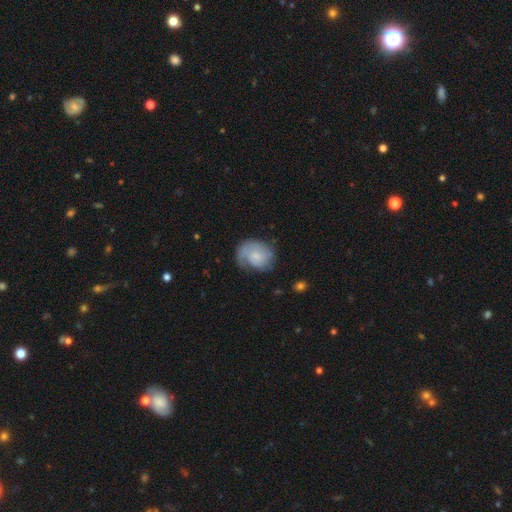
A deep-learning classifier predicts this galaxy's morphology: featured or disk 50%, smooth 43%, star or artifact 7%. Down the decision tree: merging — none (51%).